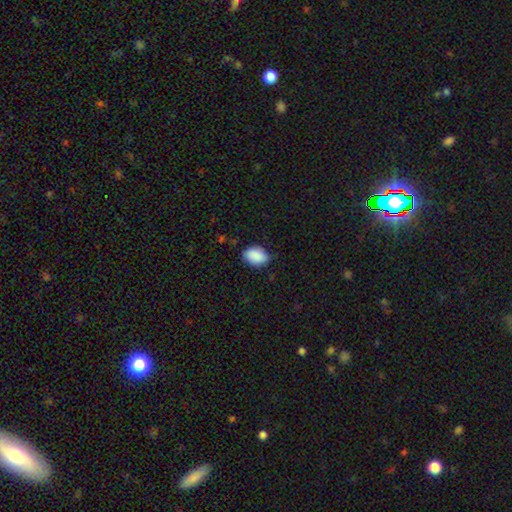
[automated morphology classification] A smooth galaxy with no disk features (89%) that is in between round and cigar-shaped (82%).

Vote fractions:
- Smooth or featured? smooth: 89% / star or artifact: 7% / featured or disk: 4%
- How rounded? in between: 82% / round: 17% / cigar-shaped: 1%
- Merging? none: 75% / minor disturbance: 20% / major disturbance: 3% / merger: 1%